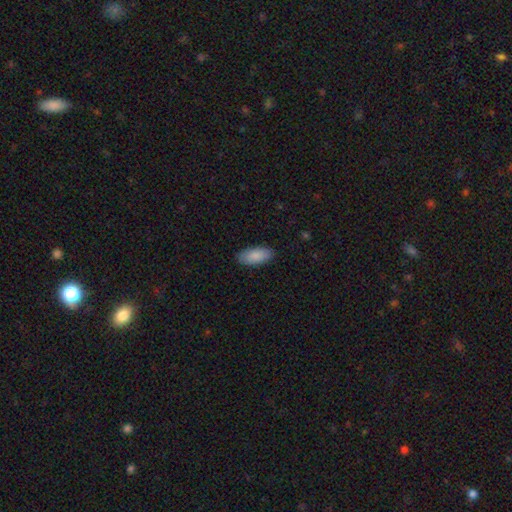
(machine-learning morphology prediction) This appears to be a smooth galaxy with no disk features (88%) that is in between round and cigar-shaped (90%). Merging: none (87%).